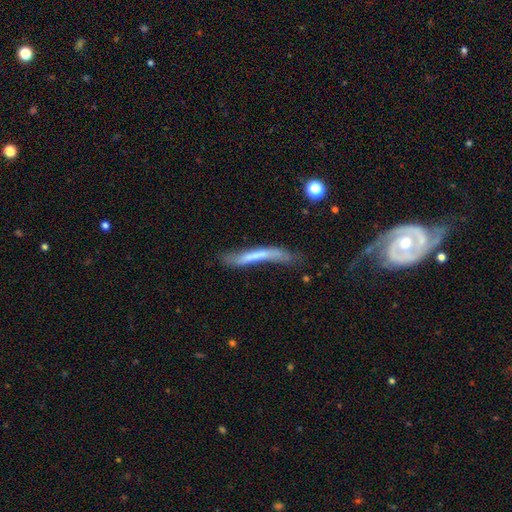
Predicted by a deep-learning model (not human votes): Morphology: type=smooth (51%); roundness=cigar-shaped (93%); merging=none (38%).